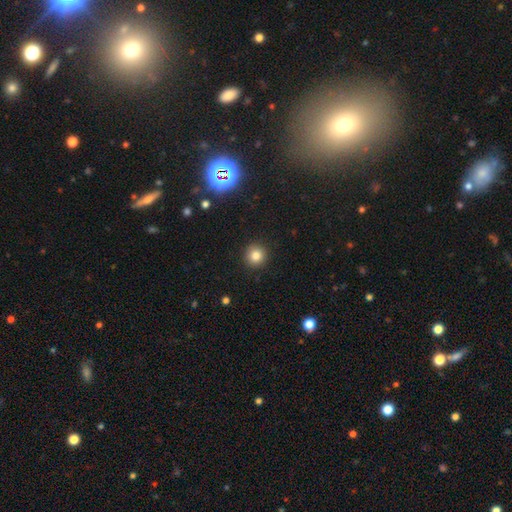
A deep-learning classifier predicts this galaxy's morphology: This is clearly a smooth galaxy (83%). How rounded: clearly round (94%). Merging: clearly none (92%).